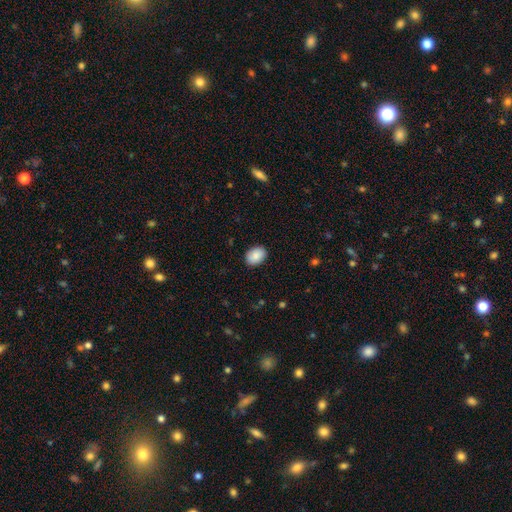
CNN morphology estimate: smooth-or-featured: smooth: 89% | star or artifact: 7% | featured or disk: 5%
  how-rounded: in between: 75% | round: 24% | cigar-shaped: 1%
  merging: none: 89% | minor disturbance: 8% | major disturbance: 2% | merger: 1%